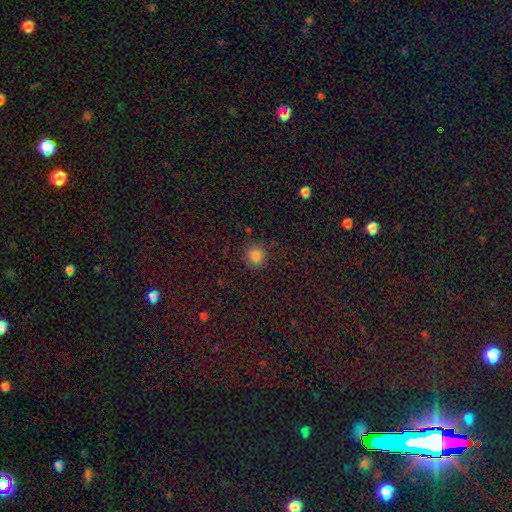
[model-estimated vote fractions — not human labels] smooth 81%, star or artifact 14%, featured or disk 5%. Down the decision tree: how rounded — round (88%); merging — none (85%).